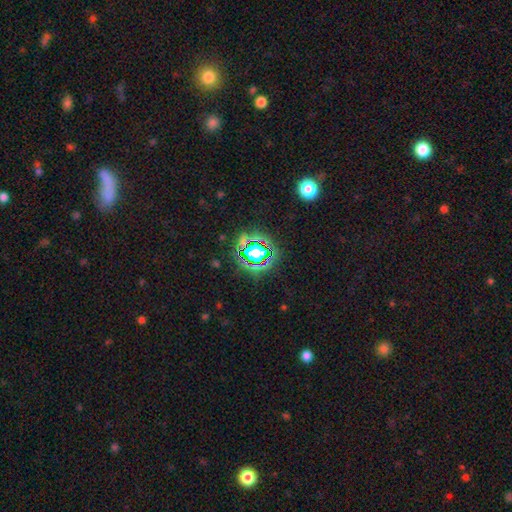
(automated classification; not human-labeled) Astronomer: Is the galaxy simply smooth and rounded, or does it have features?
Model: star or artifact — 78%.